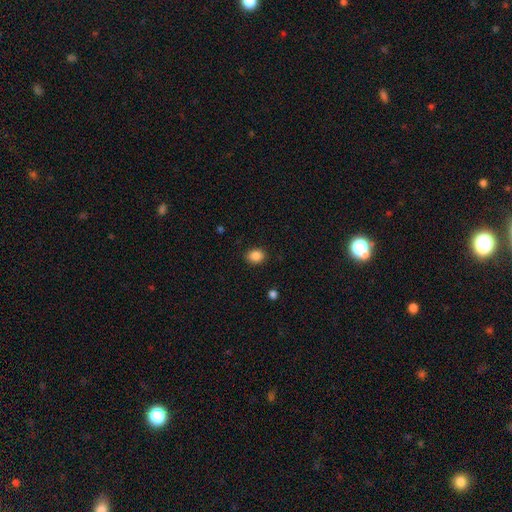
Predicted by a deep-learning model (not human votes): A smooth galaxy with no disk features (87%) that is in between round and cigar-shaped (51%). Merging: none (88%).